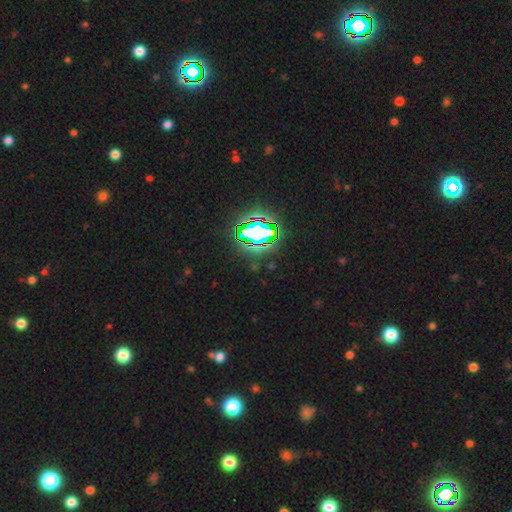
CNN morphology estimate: Smooth or featured? star or artifact (78%)